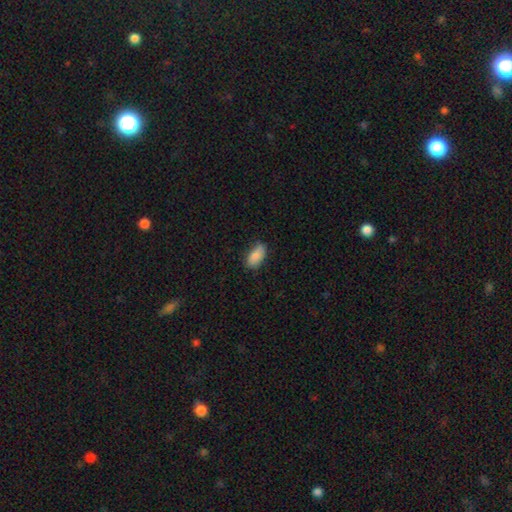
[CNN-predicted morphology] Smooth or featured: smooth — 86% (featured or disk — 7%)
How rounded: in between — 92% (cigar-shaped — 4%)
Merging: none — 74% (minor disturbance — 21%)